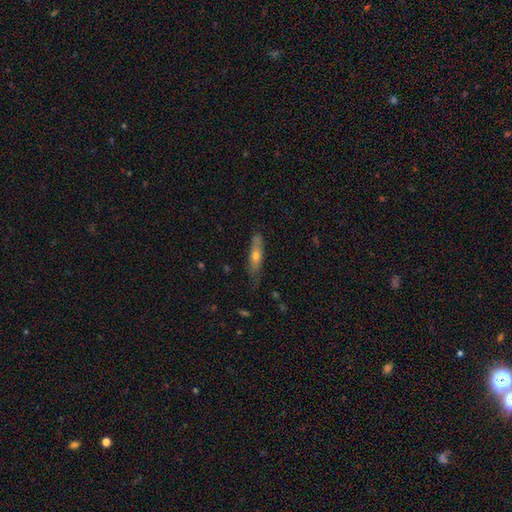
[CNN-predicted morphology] Smooth or featured: smooth — 52% (featured or disk — 41%)
How rounded: cigar-shaped — 74% (in between — 24%)
Merging: none — 69% (minor disturbance — 24%)